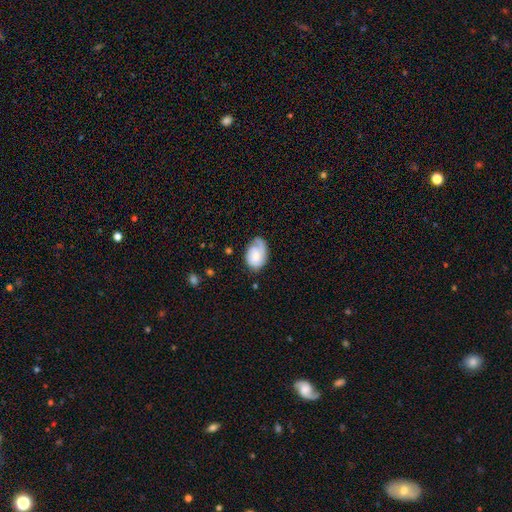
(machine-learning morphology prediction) smooth-or-featured: featured or disk: 53% | smooth: 40% | star or artifact: 7%
  disk-edge-on: no: 96% | yes: 4%
    bar: no: 70% | weak: 25% | strong: 4%
    has-spiral-arms: yes: 87% | no: 13%
    bulge-size: small: 39% | moderate: 33% | none: 14% | large: 11% | dominant: 3%
  merging: none: 58% | minor disturbance: 27% | major disturbance: 13% | merger: 2%